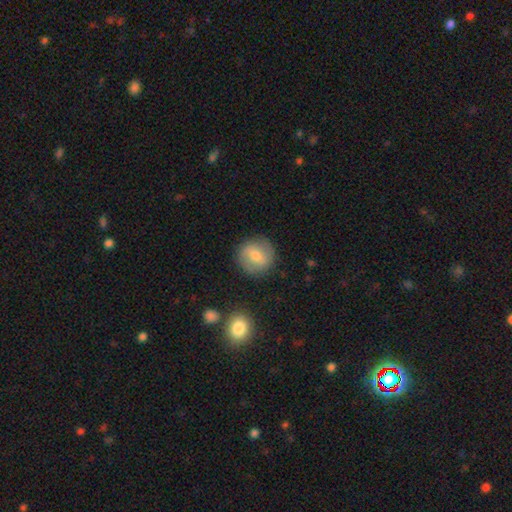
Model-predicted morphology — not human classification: This is likely a smooth galaxy (65%). How rounded: clearly round (89%). Merging: clearly none (86%).